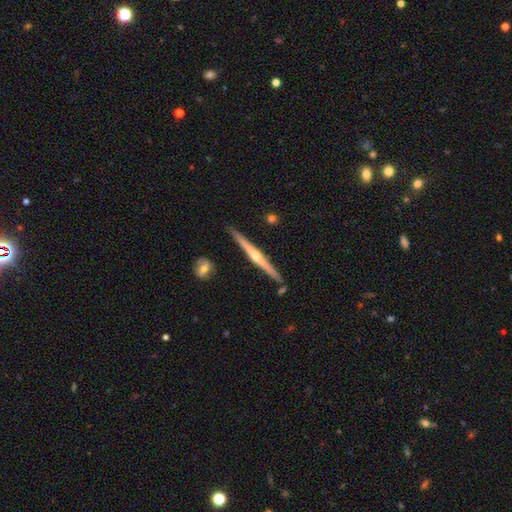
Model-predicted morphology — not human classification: smooth-or-featured: featured or disk: 78% | smooth: 16% | star or artifact: 5%
  disk-edge-on: yes: 98% | no: 2%
    edge-on-bulge: rounded: 82% | none: 13% | boxy: 4%
  merging: none: 89% | minor disturbance: 8% | merger: 2% | major disturbance: 1%